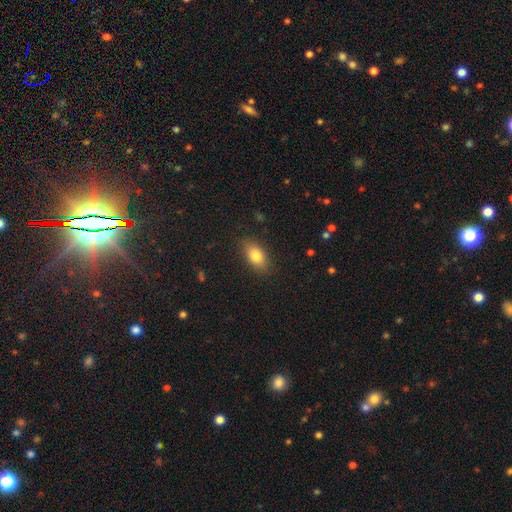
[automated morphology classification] smooth_or_featured: smooth (p=0.81) [alt: featured or disk p=0.11]
how_rounded: in between (p=0.86) [alt: round p=0.10]
merging: none (p=0.86) [alt: minor disturbance p=0.10]